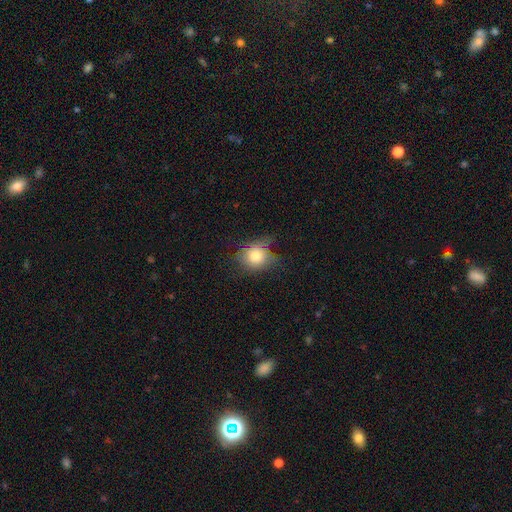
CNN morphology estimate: This is likely a smooth galaxy (71%). How rounded: likely round (70%). Merging: possibly none (56%).